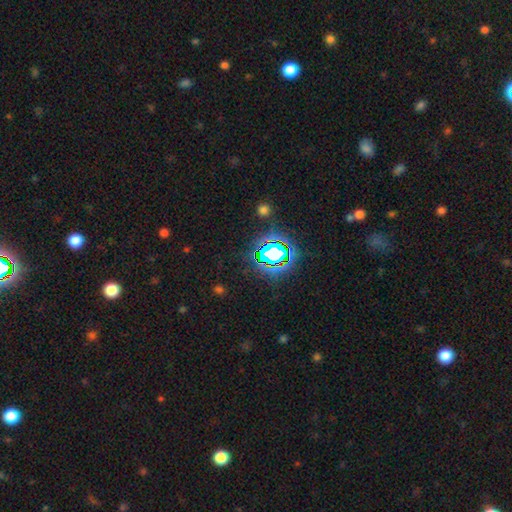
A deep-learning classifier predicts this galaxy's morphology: Overall: star or artifact (77%).